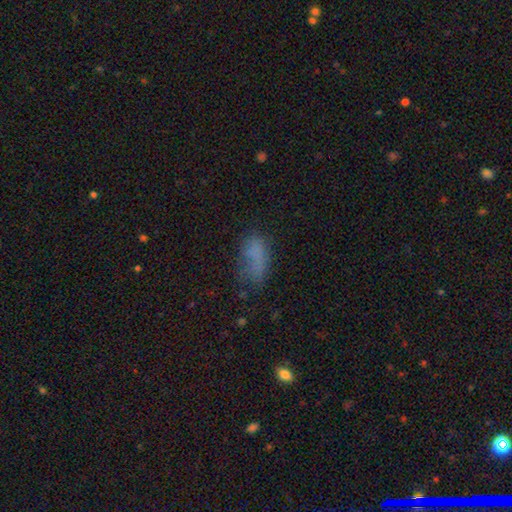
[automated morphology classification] The model was most divided on "merging": none: 43%, minor disturbance: 28%, major disturbance: 25%, merger: 4%. More confident: how rounded — in between (86%); smooth or featured — smooth (69%).